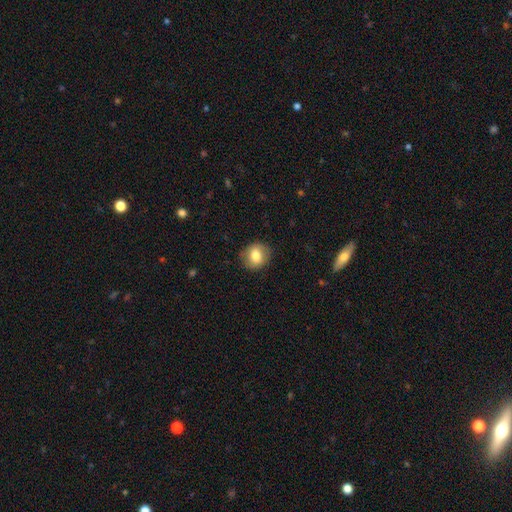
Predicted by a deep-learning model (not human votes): smooth-or-featured: smooth: 76% | featured or disk: 16% | star or artifact: 9%
  how-rounded: round: 76% | in between: 23% | cigar-shaped: 1%
  merging: none: 86% | minor disturbance: 11% | major disturbance: 3% | merger: 1%